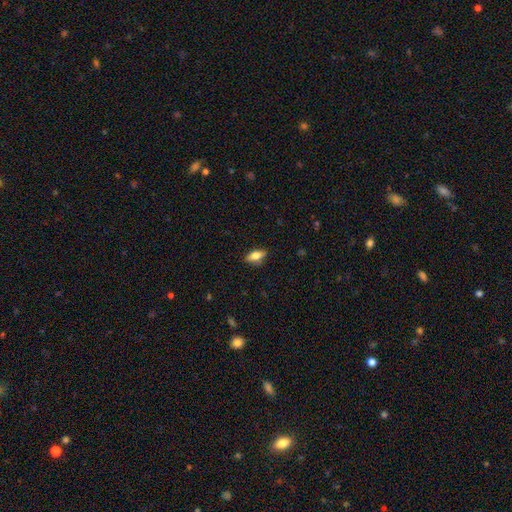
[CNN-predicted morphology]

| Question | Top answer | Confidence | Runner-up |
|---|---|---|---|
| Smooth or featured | smooth | 68% | featured or disk (24%) |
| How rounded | in between | 82% | cigar-shaped (14%) |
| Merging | none | 84% | minor disturbance (13%) |